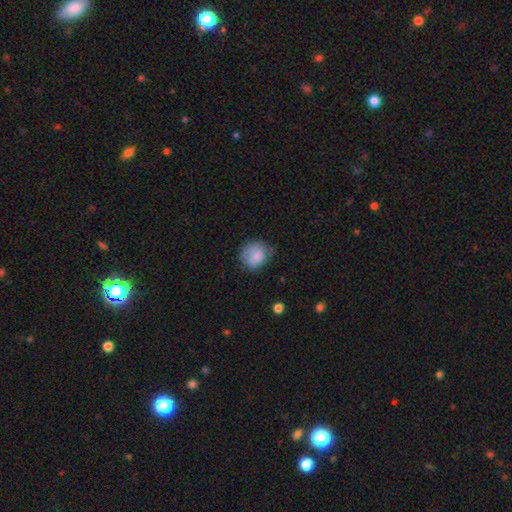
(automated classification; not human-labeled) Overall: smooth (80%). How rounded: round (70%). Merging: none (57%; minor disturbance 31%).